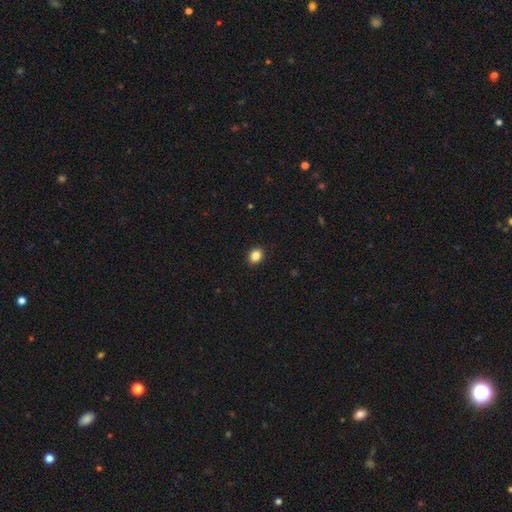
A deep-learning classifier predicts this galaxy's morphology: Smooth or featured: smooth — 85% (star or artifact — 10%)
How rounded: round — 52% (in between — 47%)
Merging: none — 91% (minor disturbance — 6%)